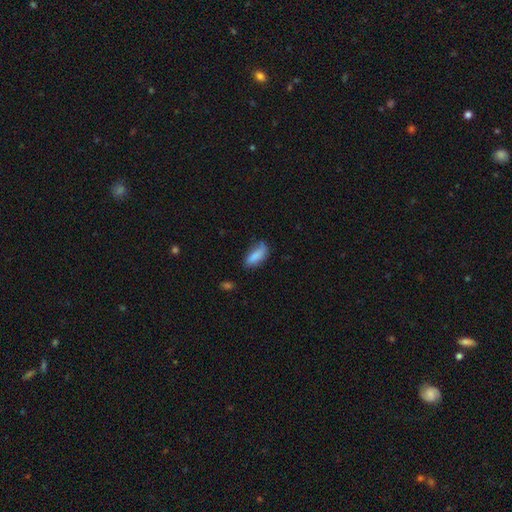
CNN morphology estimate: Smooth or featured: smooth — 83% (featured or disk — 10%)
How rounded: in between — 77% (cigar-shaped — 20%)
Merging: none — 58% (minor disturbance — 31%)